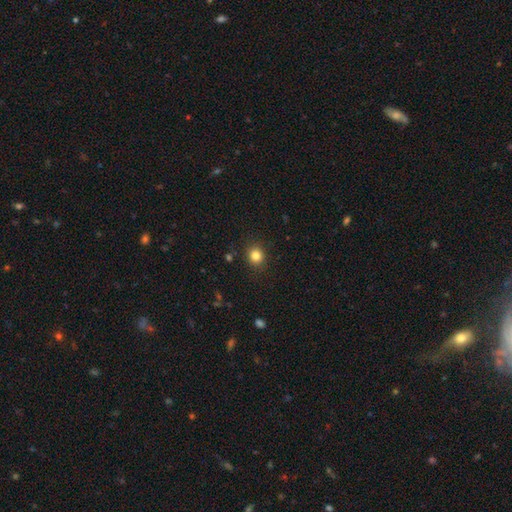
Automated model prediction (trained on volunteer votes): Morphology: type=smooth (83%); roundness=round (86%); merging=none (90%).